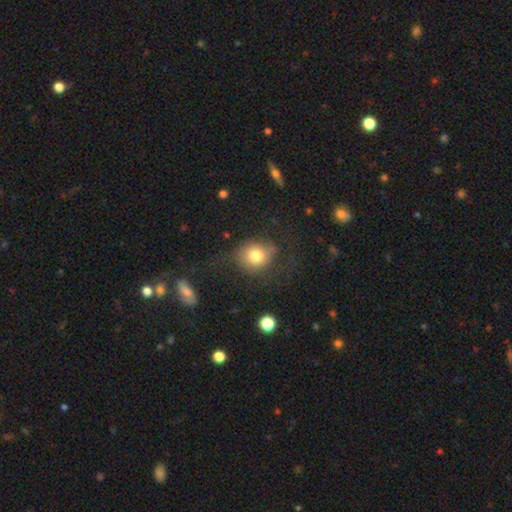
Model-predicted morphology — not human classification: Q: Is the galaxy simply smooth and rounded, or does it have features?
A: smooth — 75%.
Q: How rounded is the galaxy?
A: round — 78%.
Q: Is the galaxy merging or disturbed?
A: none — 61%.